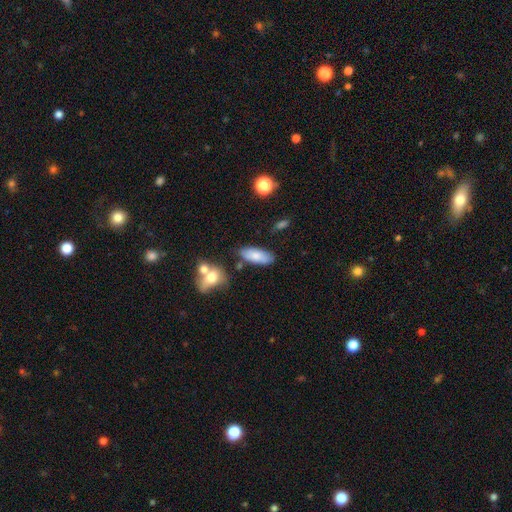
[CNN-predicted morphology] smooth_or_featured: smooth (p=0.77) [alt: featured or disk p=0.16]
how_rounded: in between (p=0.80) [alt: cigar-shaped p=0.18]
merging: none (p=0.71) [alt: minor disturbance p=0.16]